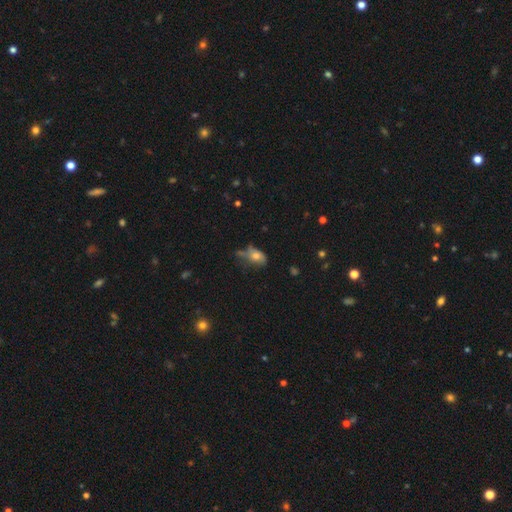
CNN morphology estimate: smooth 62%, featured or disk 26%, star or artifact 12%. Down the decision tree: how rounded — in between (83%); merging — none (35%).